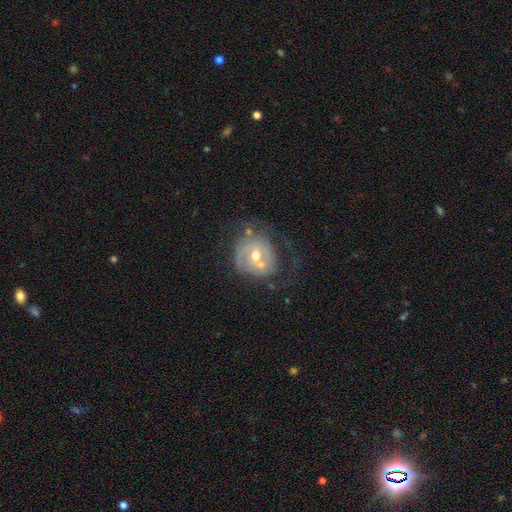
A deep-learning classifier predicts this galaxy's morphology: A featured or disk galaxy (69%) with no bar (66%), spiral arms (64%) and a moderate central bulge (66%).

Vote fractions:
- Smooth or featured? featured or disk: 69% / smooth: 23% / star or artifact: 8%
- Edge-on disk? no: 97% / yes: 3%
- Bar? no: 66% / weak: 27% / strong: 7%
- Spiral arms? yes: 64% / no: 36%
- Bulge size? moderate: 66% / small: 28% / large: 3% / none: 1% / dominant: 1%
- Merging? none: 42% / major disturbance: 22% / minor disturbance: 20% / merger: 15%